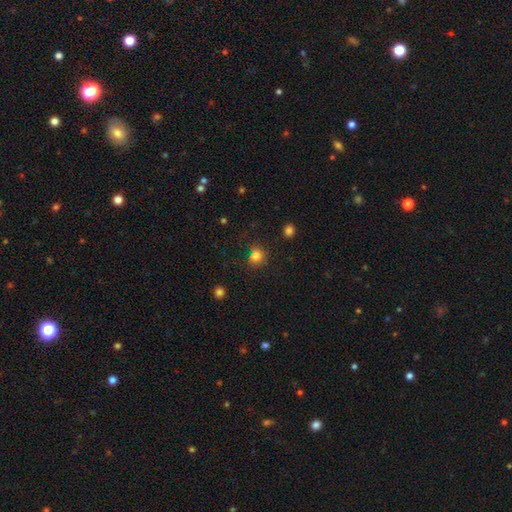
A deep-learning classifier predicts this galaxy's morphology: Smooth or featured: smooth — 78% (star or artifact — 15%)
How rounded: round — 78% (in between — 21%)
Merging: none — 70% (minor disturbance — 16%)